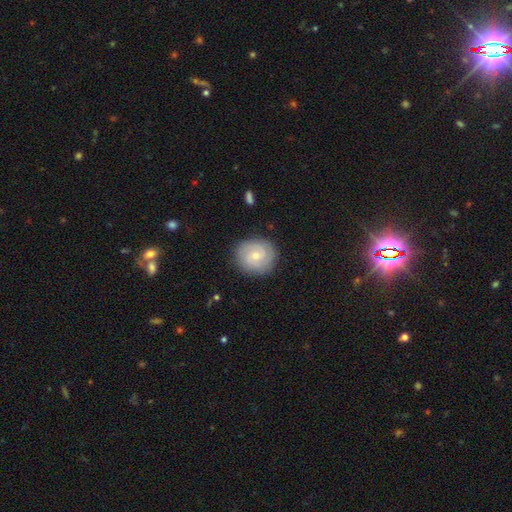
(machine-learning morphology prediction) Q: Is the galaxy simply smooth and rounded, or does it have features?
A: featured or disk — 58%.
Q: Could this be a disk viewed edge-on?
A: no — 98%.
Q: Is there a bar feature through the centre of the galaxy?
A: no — 59%.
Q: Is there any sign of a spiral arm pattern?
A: yes — 88%.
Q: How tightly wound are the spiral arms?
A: tight — 63%.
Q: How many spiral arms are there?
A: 2 — 50%.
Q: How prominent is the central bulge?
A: small — 56%.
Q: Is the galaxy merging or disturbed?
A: none — 86%.